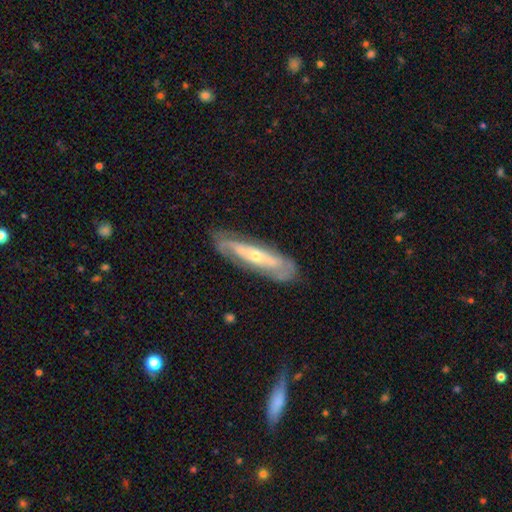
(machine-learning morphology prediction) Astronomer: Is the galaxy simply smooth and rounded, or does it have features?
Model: featured or disk — 73%.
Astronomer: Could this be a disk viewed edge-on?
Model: no — 67%.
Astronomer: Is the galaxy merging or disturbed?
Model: none — 75%.